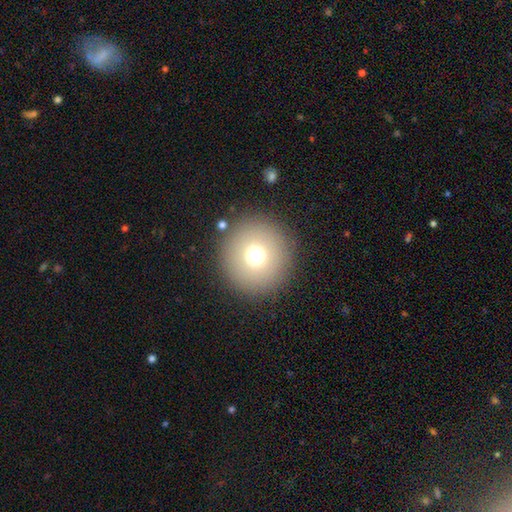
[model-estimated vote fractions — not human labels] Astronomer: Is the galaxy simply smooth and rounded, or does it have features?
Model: smooth — 73%.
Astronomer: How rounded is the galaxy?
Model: round — 96%.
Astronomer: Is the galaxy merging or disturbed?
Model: none — 91%.